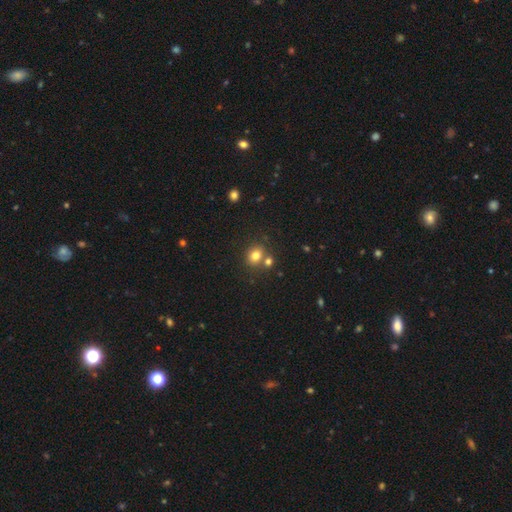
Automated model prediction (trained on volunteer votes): A smooth galaxy with no disk features (78%) that is round (64%). Merging: none (64%).